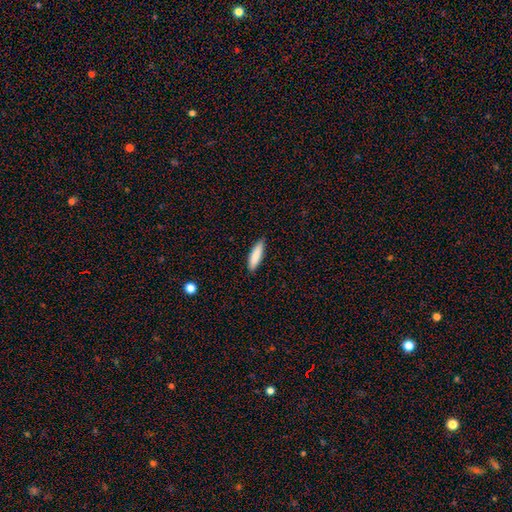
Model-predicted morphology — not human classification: This is clearly a smooth galaxy (86%). How rounded: likely cigar-shaped (67%). Merging: clearly none (88%).